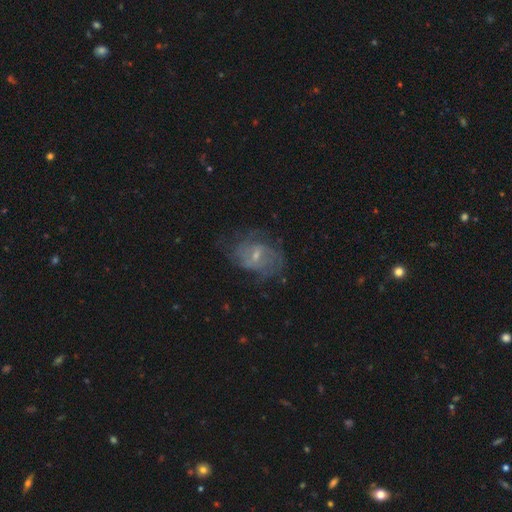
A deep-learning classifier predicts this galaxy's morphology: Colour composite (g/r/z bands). It shows a featured or disk galaxy (72%) with a weak bar (54%), medium (43%) spiral arms (80%) and a small central bulge (61%). Merging: none (60%).